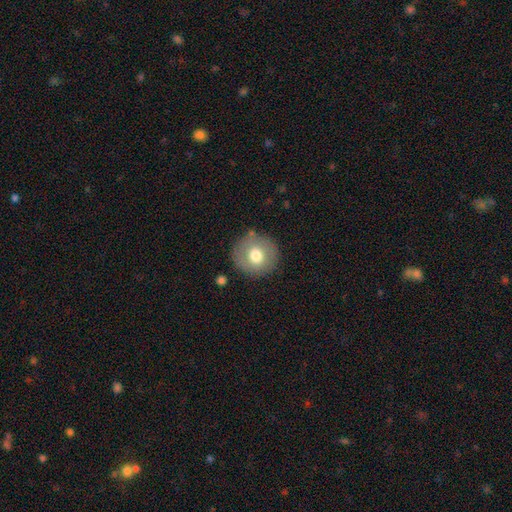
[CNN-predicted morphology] Smooth or featured? smooth (71%)
How rounded? round (93%)
Merging? none (84%)